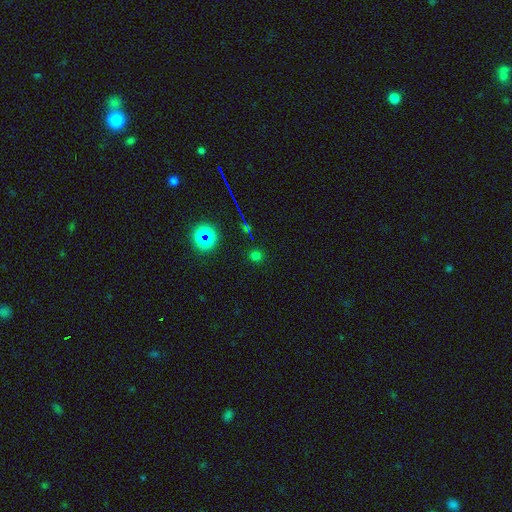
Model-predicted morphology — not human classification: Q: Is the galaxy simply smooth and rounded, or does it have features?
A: smooth — 59%.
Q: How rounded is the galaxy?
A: round — 91%.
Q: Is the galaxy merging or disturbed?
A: none — 88%.